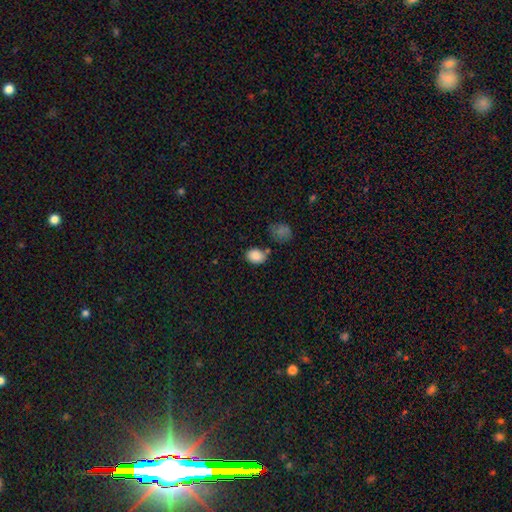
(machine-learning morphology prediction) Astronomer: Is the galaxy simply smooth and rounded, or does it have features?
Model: smooth — 87%.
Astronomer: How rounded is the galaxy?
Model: in between — 64%.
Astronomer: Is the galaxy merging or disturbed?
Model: none — 66%.